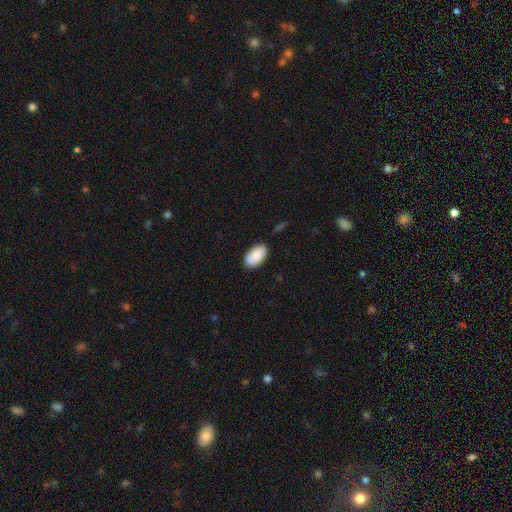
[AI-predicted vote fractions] Smooth or featured? smooth (88%)
How rounded? in between (95%)
Merging? none (82%)